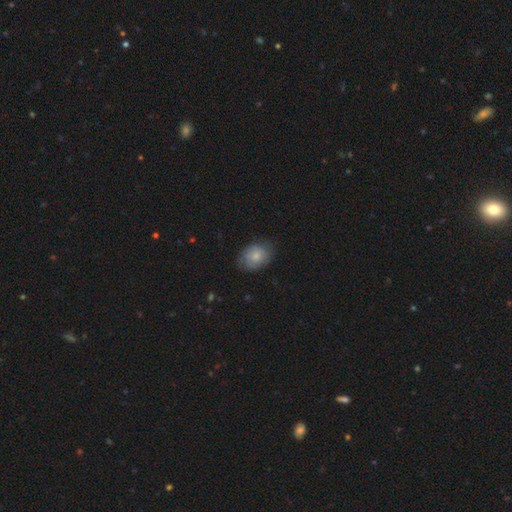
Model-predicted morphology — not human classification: type=smooth (70%); roundness=in between (68%); merging=none (72%).